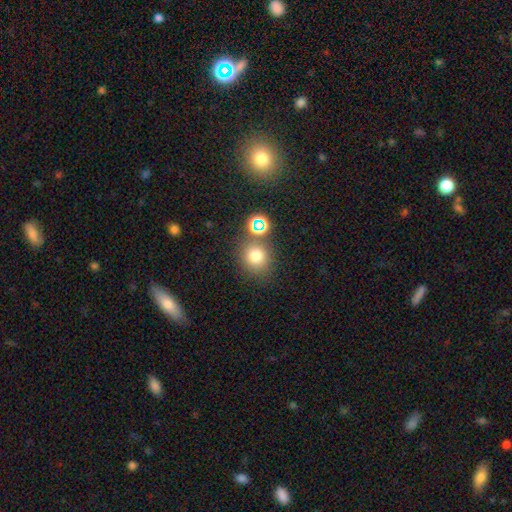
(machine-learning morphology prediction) A smooth galaxy with no disk features (75%) that is round (84%). Merging: none (73%).